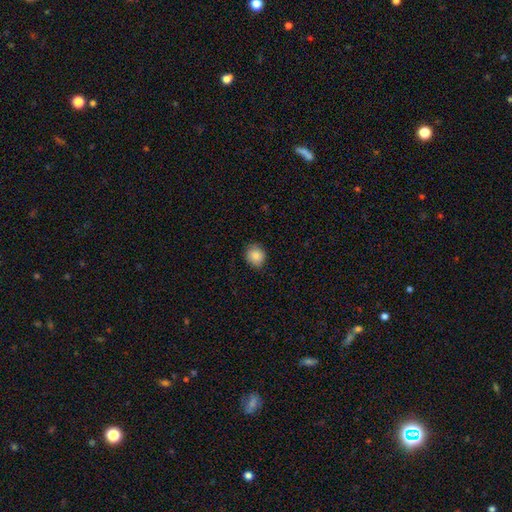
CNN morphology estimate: Smooth or featured?
  - smooth: 86% *
  - star or artifact: 8%
  - featured or disk: 5%
How rounded?
  - round: 79% *
  - in between: 20%
  - cigar-shaped: 1%
Merging?
  - none: 82% *
  - minor disturbance: 14%
  - major disturbance: 3%
  - merger: 1%